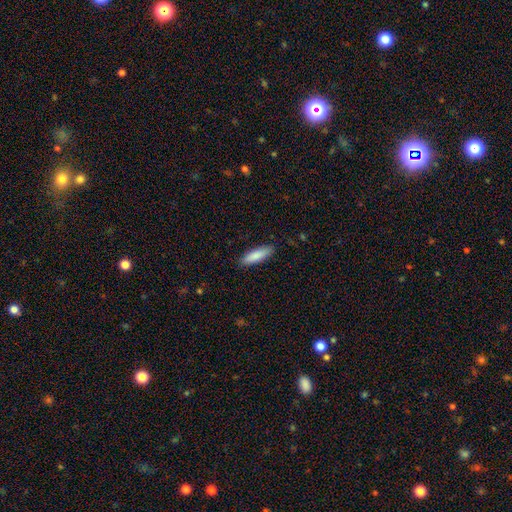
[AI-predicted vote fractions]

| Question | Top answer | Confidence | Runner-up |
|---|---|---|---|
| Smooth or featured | smooth | 86% | featured or disk (9%) |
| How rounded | cigar-shaped | 62% | in between (36%) |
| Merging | none | 88% | minor disturbance (9%) |